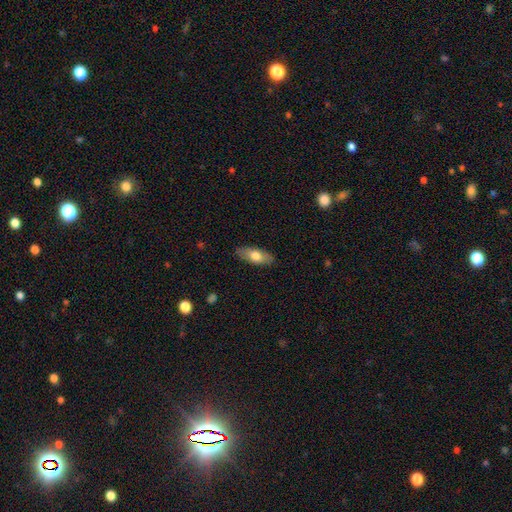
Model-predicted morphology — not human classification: A smooth galaxy with no disk features (70%) that is in between round and cigar-shaped (78%). Merging: none (86%).